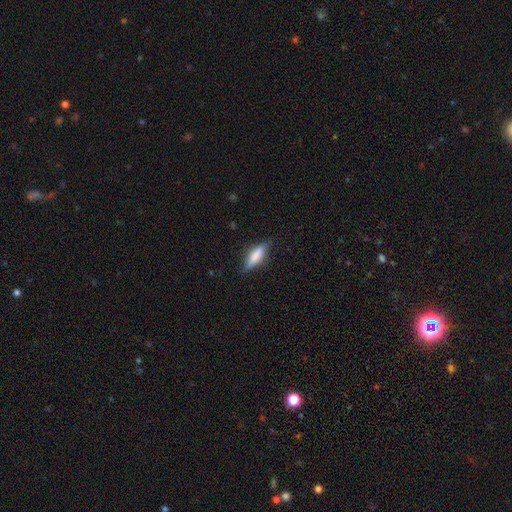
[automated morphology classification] type=smooth (62%); roundness=cigar-shaped (54%); merging=none (78%).